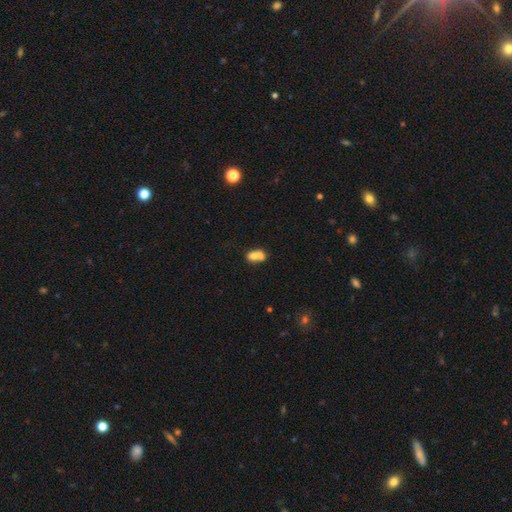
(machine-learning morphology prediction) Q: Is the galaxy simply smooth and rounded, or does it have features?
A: smooth — 67%.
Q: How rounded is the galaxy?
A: in between — 60%.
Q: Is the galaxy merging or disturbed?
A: merger — 66%.